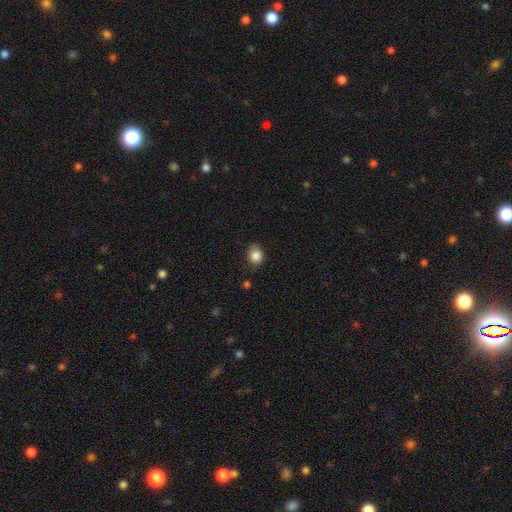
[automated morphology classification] Smooth or featured?
  - smooth: 85% *
  - star or artifact: 9%
  - featured or disk: 5%
How rounded?
  - round: 56% *
  - in between: 43%
  - cigar-shaped: 1%
Merging?
  - none: 71% *
  - minor disturbance: 23%
  - major disturbance: 4%
  - merger: 2%